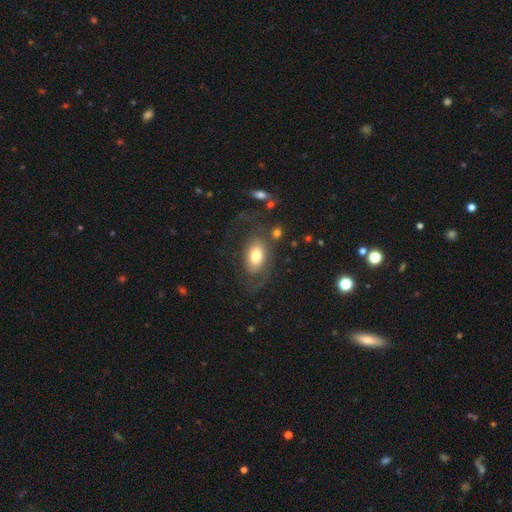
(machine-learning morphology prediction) smooth 52%, featured or disk 41%, star or artifact 7%. Down the decision tree: how rounded — in between (88%); merging — none (53%).